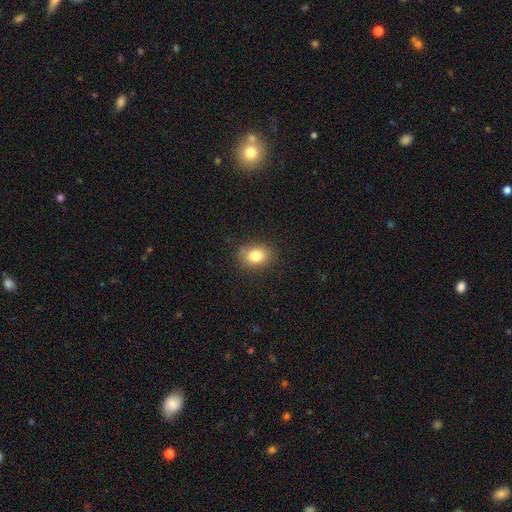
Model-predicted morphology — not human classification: Smooth or featured?
  - smooth: 80% *
  - star or artifact: 11%
  - featured or disk: 9%
How rounded?
  - in between: 56% *
  - round: 43%
  - cigar-shaped: 1%
Merging?
  - none: 83% *
  - minor disturbance: 12%
  - major disturbance: 3%
  - merger: 1%